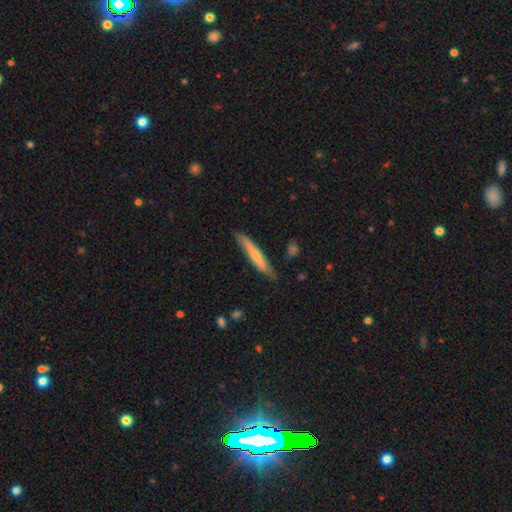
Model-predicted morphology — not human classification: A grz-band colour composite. It shows a smooth galaxy with no disk features (60%) that is cigar-shaped (93%). Merging: none (82%).